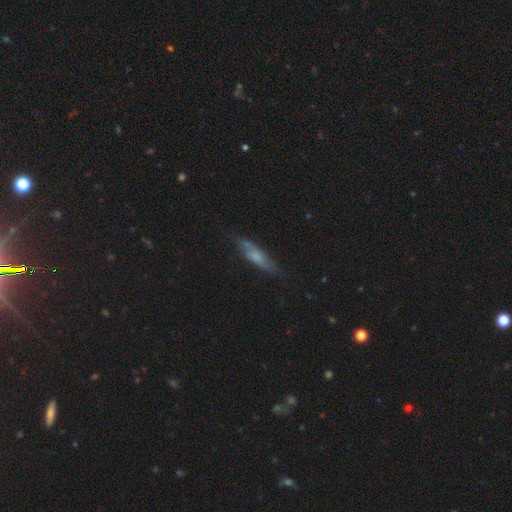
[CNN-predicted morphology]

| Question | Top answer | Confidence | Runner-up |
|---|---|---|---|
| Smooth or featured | smooth | 54% | featured or disk (37%) |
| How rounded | cigar-shaped | 71% | in between (27%) |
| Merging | none | 66% | minor disturbance (24%) |